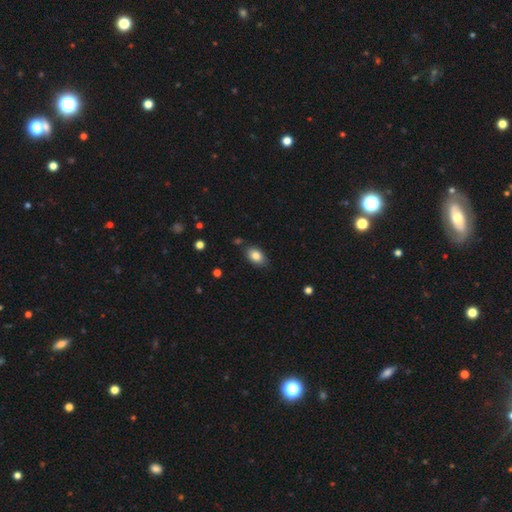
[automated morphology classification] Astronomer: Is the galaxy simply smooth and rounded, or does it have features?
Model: smooth — 84%.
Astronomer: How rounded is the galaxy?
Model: in between — 88%.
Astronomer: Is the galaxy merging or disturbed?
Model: none — 80%.